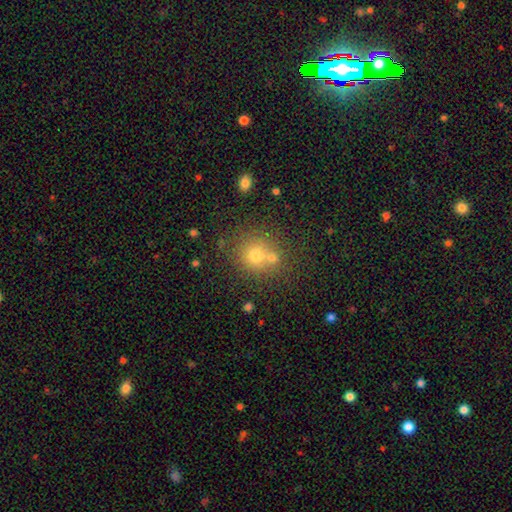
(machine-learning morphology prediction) smooth 69%, star or artifact 18%, featured or disk 13%. Down the decision tree: how rounded — round (87%); merging — none (61%).